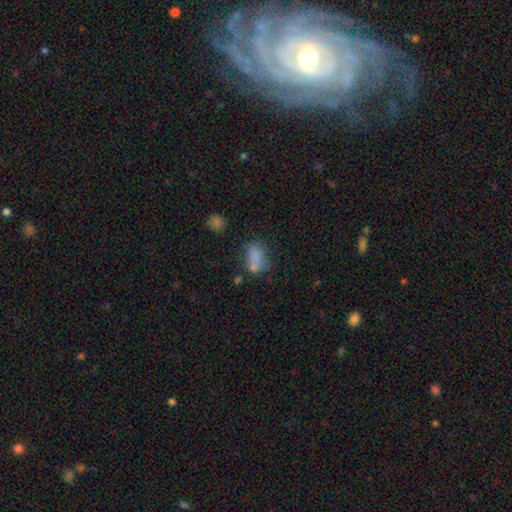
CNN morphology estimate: A smooth galaxy with no disk features (71%) that is in between round and cigar-shaped (83%).

Vote fractions:
- Smooth or featured? smooth: 71% / featured or disk: 16% / star or artifact: 13%
- How rounded? in between: 83% / round: 14% / cigar-shaped: 3%
- Merging? none: 37% / merger: 24% / minor disturbance: 22% / major disturbance: 17%